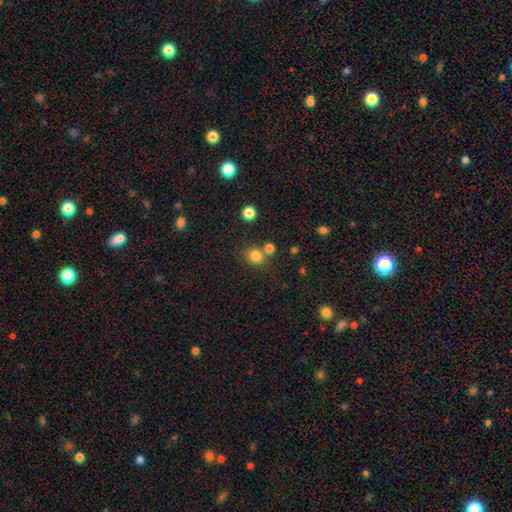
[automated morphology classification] Q: Smooth or featured?
A: smooth (80%); runner-up: star or artifact (14%)
Q: How rounded?
A: round (85%); runner-up: in between (15%)
Q: Merging?
A: none (67%); runner-up: merger (20%)